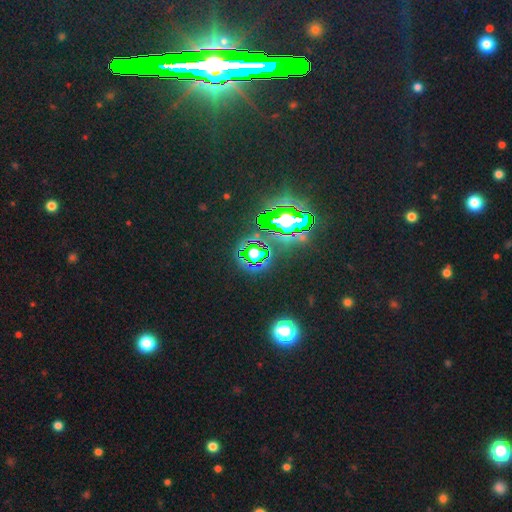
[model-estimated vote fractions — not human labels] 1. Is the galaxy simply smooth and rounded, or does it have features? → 74% star or artifact, 15% smooth, 11% featured or disk.